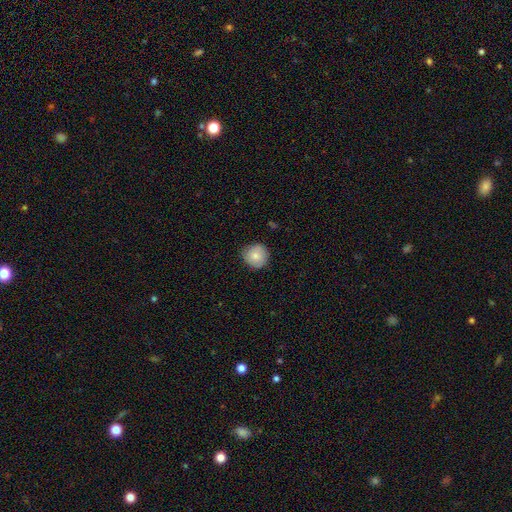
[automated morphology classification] smooth 81%, featured or disk 11%, star or artifact 7%. Down the decision tree: how rounded — round (93%); merging — none (81%).